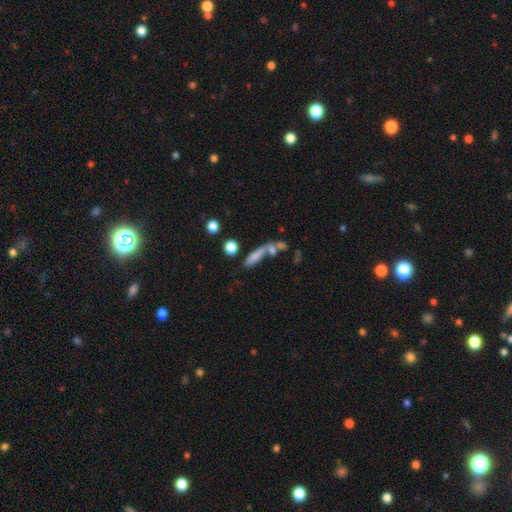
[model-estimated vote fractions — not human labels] Morphology: type=smooth (70%); roundness=cigar-shaped (65%); merging=none (43%).